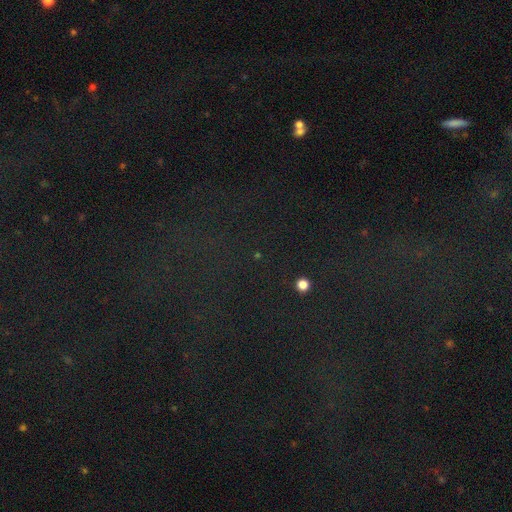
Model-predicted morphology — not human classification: Smooth or featured? star or artifact (76%)